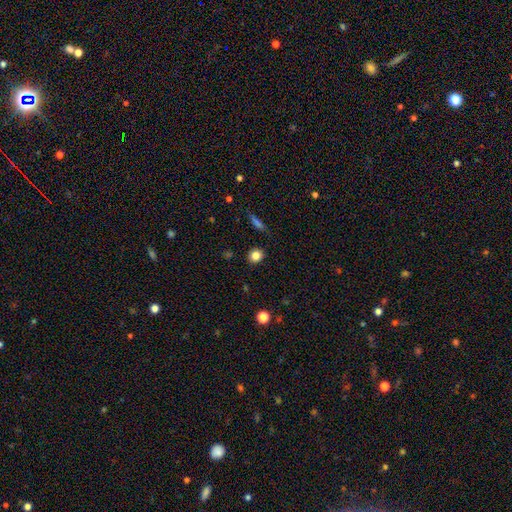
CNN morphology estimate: smooth_or_featured: smooth (p=0.83) [alt: star or artifact p=0.11]
how_rounded: round (p=0.76) [alt: in between p=0.22]
merging: none (p=0.89) [alt: minor disturbance p=0.08]